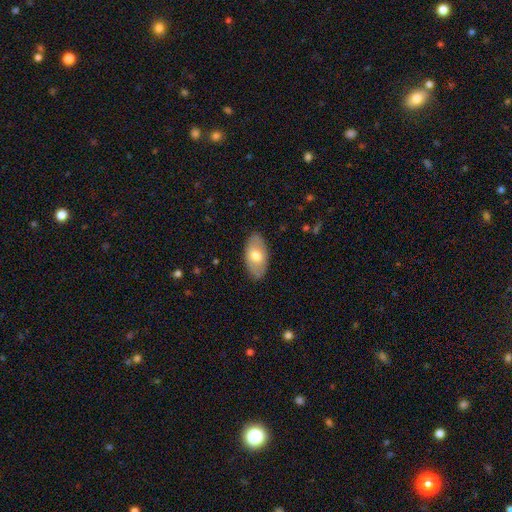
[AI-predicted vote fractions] This is likely a smooth galaxy (66%). How rounded: clearly in between (94%). Merging: clearly none (84%).